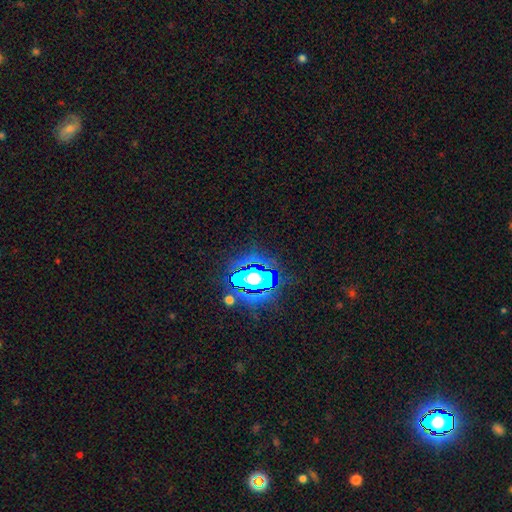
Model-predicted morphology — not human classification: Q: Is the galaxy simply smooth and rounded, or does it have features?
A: star or artifact — 81%.